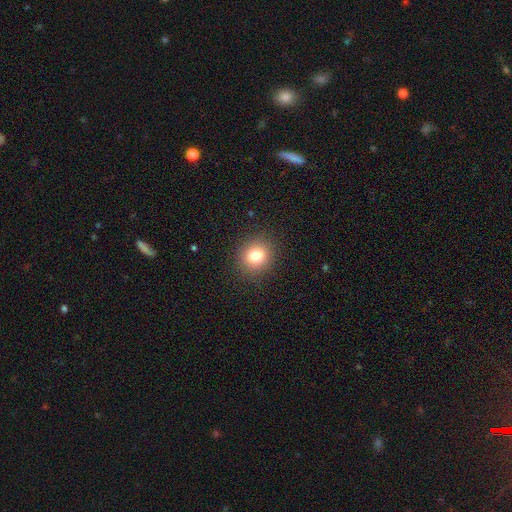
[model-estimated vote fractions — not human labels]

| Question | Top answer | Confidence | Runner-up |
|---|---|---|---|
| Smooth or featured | smooth | 80% | star or artifact (12%) |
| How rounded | round | 83% | in between (16%) |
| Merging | none | 90% | minor disturbance (7%) |